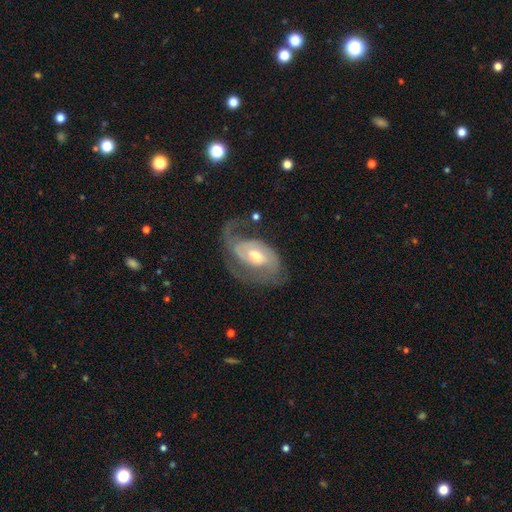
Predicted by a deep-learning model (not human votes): This appears to be a featured or disk galaxy (81%) with a weak bar (44%), 2 (55%) medium (43%) spiral arms (92%) and a moderate central bulge (61%). Merging: none (44%).